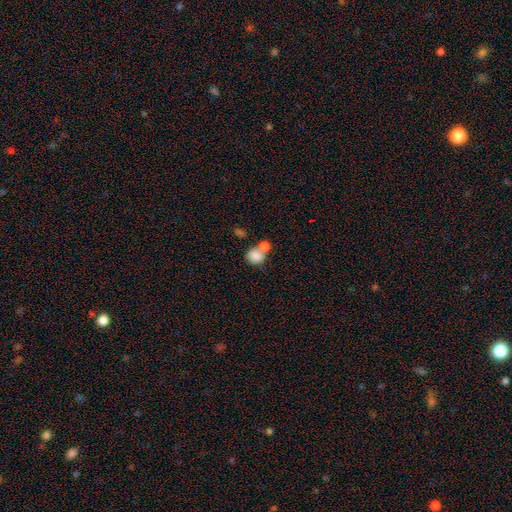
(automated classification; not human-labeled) This is clearly a smooth galaxy (82%). How rounded: likely round (61%). Merging: possibly merger (53%).